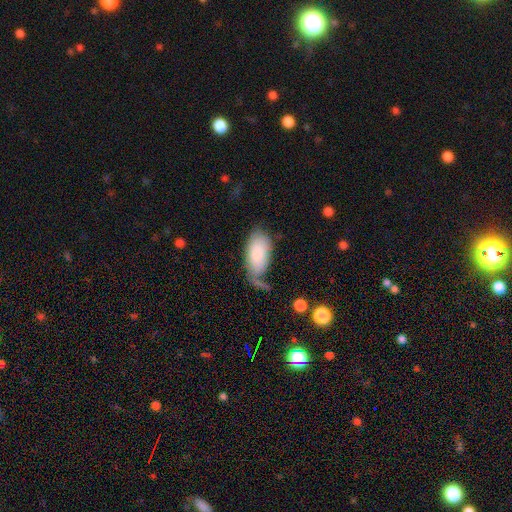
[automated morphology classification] smooth_or_featured: smooth (p=0.80) [alt: featured or disk p=0.14]
how_rounded: in between (p=0.94) [alt: cigar-shaped p=0.03]
merging: none (p=0.46) [alt: minor disturbance p=0.26]